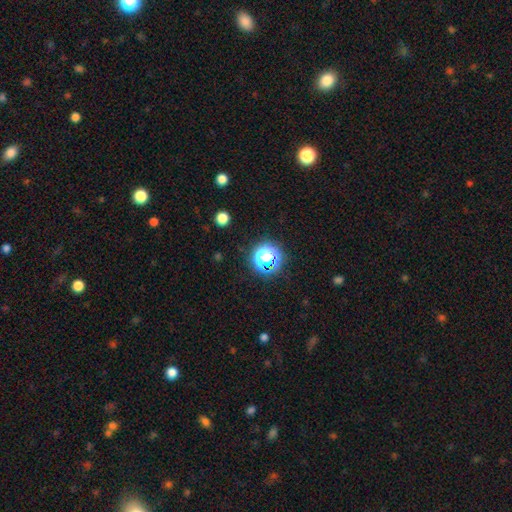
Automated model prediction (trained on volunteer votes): Morphology: type=star or artifact (73%).